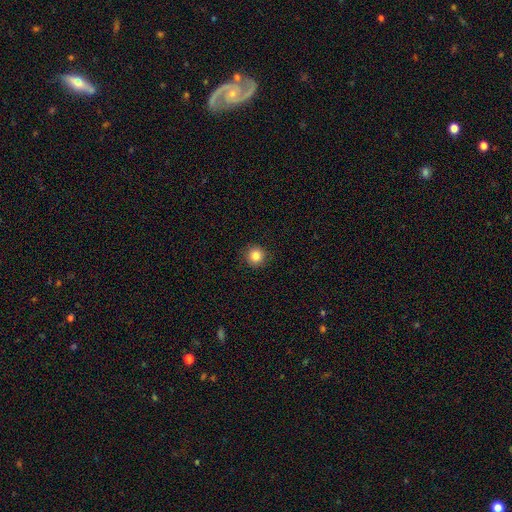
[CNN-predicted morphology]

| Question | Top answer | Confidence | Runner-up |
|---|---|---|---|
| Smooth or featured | smooth | 83% | star or artifact (11%) |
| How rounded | round | 95% | in between (4%) |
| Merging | none | 91% | minor disturbance (6%) |